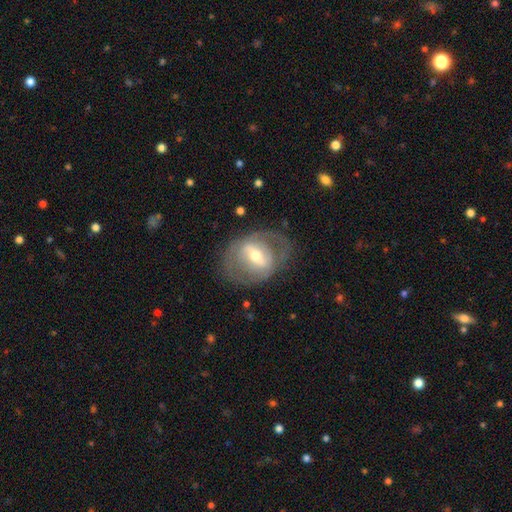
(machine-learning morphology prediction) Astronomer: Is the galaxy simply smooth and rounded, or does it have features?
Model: featured or disk — 68%.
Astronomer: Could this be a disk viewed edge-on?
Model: no — 93%.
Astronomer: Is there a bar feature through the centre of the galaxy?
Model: strong — 47% (runner-up: weak, 38%).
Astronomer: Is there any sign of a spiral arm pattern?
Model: no — 53% (runner-up: yes, 47%).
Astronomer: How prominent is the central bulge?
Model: moderate — 61%.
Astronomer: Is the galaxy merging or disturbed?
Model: none — 66%.